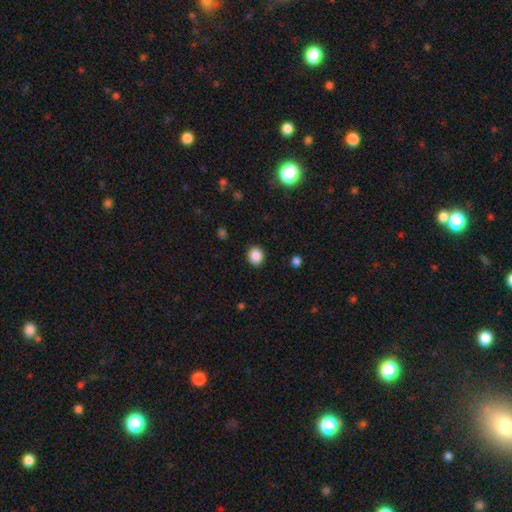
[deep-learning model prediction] Morphology: type=smooth (87%); roundness=round (79%); merging=none (90%).